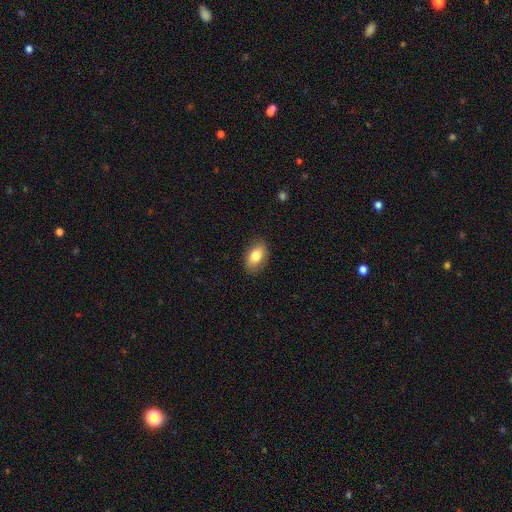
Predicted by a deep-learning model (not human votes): Morphology: type=smooth (80%); roundness=in between (89%); merging=none (86%).